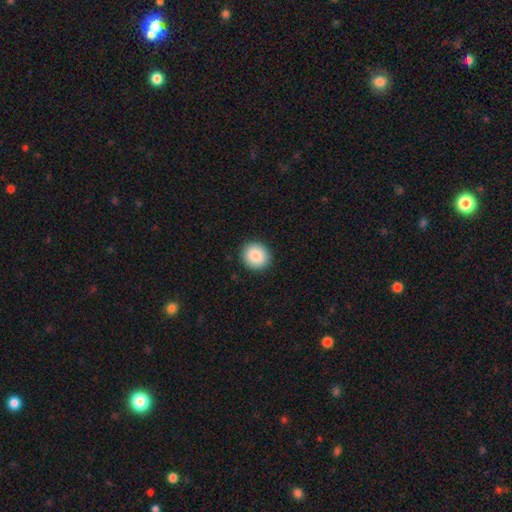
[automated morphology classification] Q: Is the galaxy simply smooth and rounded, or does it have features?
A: smooth — 87%.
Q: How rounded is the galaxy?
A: round — 88%.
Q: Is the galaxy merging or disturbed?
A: none — 92%.